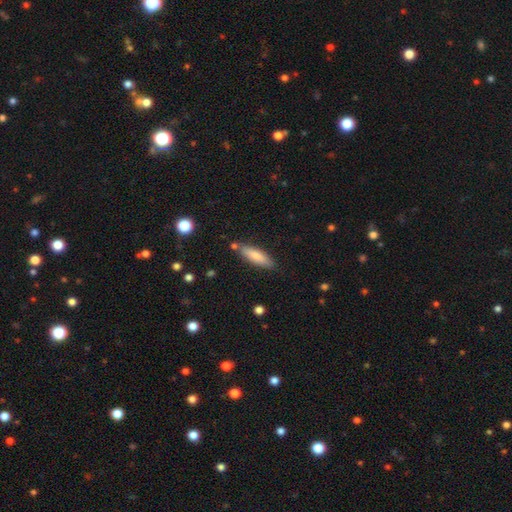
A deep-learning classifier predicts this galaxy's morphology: smooth 78%, featured or disk 16%, star or artifact 6%. Down the decision tree: how rounded — cigar-shaped (56%); merging — none (79%).